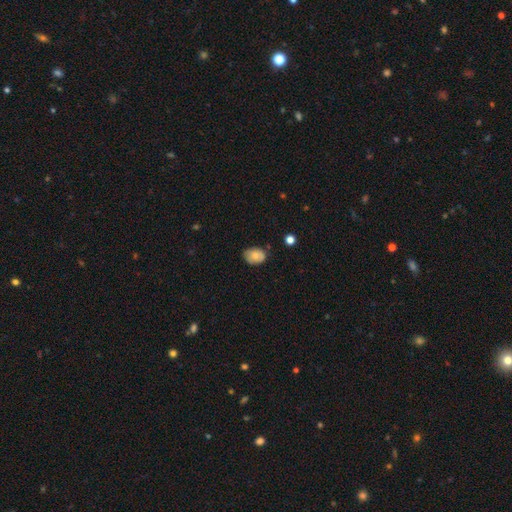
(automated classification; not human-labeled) This is likely a smooth galaxy (76%). How rounded: likely in between (72%). Merging: likely none (69%).